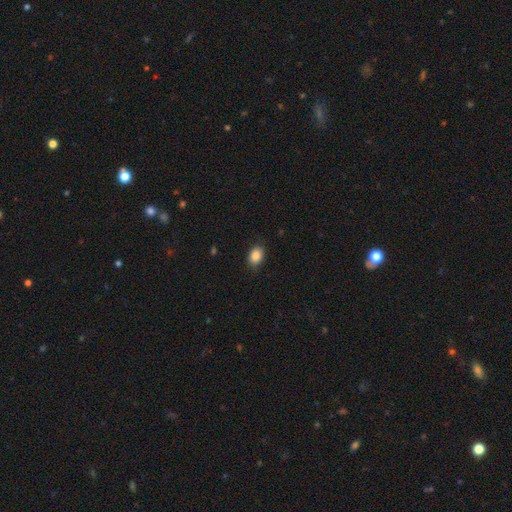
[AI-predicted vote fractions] Morphology: type=smooth (87%); roundness=in between (69%); merging=none (84%).